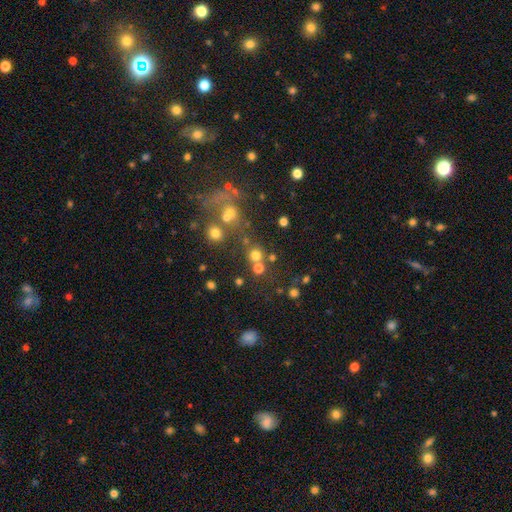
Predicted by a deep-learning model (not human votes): Smooth or featured?
  - smooth: 69% *
  - star or artifact: 22%
  - featured or disk: 9%
How rounded?
  - round: 91% *
  - in between: 8%
  - cigar-shaped: 1%
Merging?
  - none: 70% *
  - merger: 18%
  - minor disturbance: 8%
  - major disturbance: 4%